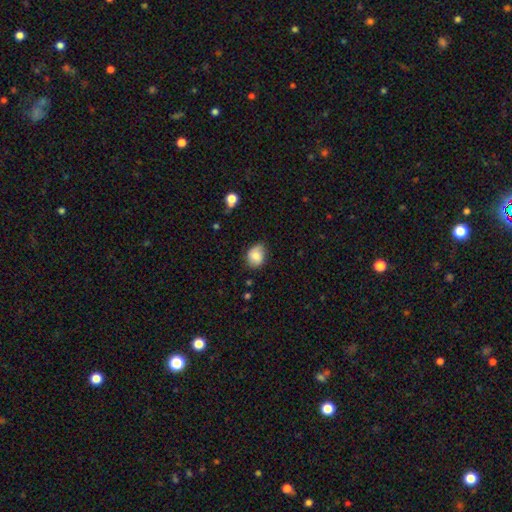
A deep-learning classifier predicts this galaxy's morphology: Smooth or featured? Predicted: smooth (p=0.76). How rounded? Predicted: in between (p=0.56). Merging? Predicted: none (p=0.67).